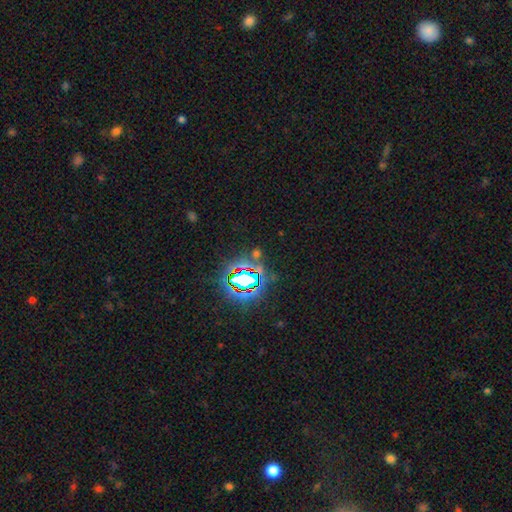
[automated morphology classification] Overall: star or artifact (76%).